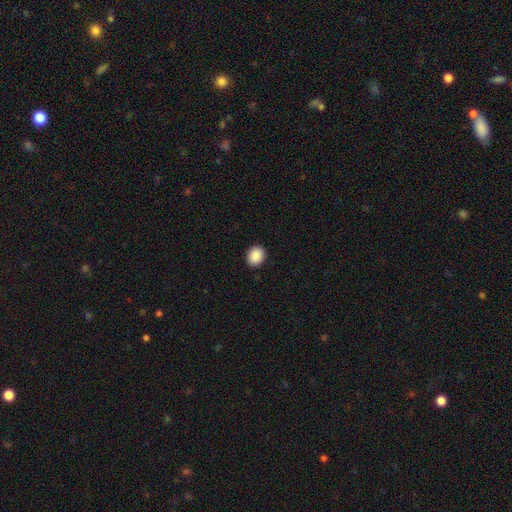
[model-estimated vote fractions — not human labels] This appears to be a smooth galaxy with no disk features (89%) that is round (60%). Merging: none (91%).